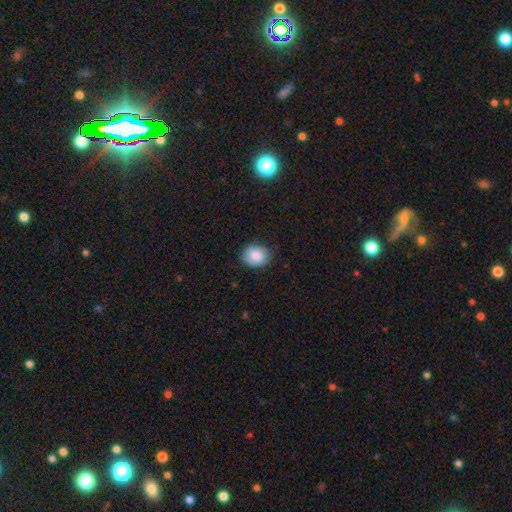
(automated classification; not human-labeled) smooth 85%, star or artifact 8%, featured or disk 8%. Down the decision tree: how rounded — round (63%); merging — none (82%).